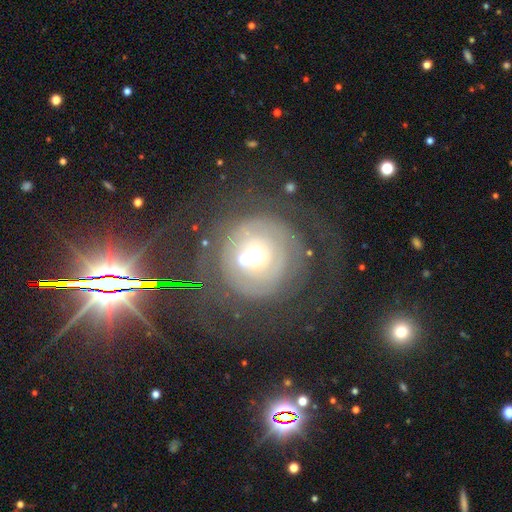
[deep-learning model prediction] smooth_or_featured: featured or disk (p=0.55) [alt: smooth p=0.31]
disk_edge_on: no (p=0.96) [alt: yes p=0.04]
bar: no (p=0.86) [alt: weak p=0.10]
has_spiral_arms: no (p=0.51) [alt: yes p=0.49]
bulge_size: moderate (p=0.58) [alt: large p=0.20]
merging: none (p=0.52) [alt: major disturbance p=0.26]